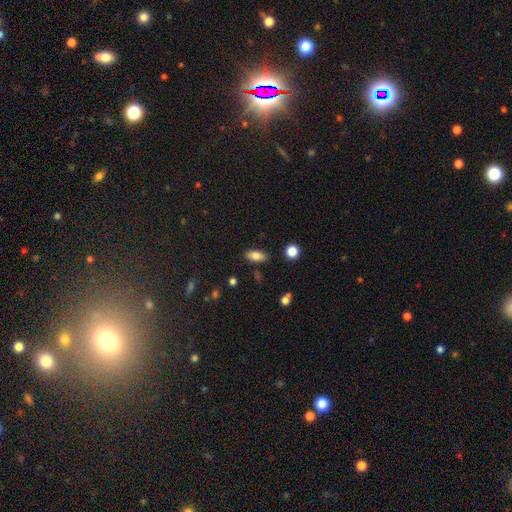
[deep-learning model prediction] Smooth or featured: smooth — 83% (featured or disk — 9%)
How rounded: in between — 86% (cigar-shaped — 9%)
Merging: none — 85% (minor disturbance — 10%)